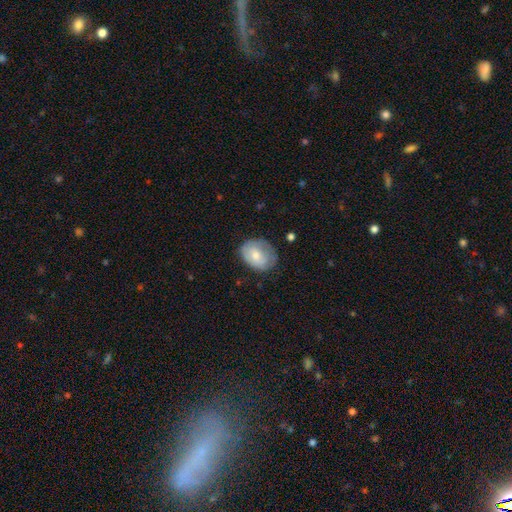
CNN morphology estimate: type=smooth (64%); roundness=in between (55%); merging=none (62%).